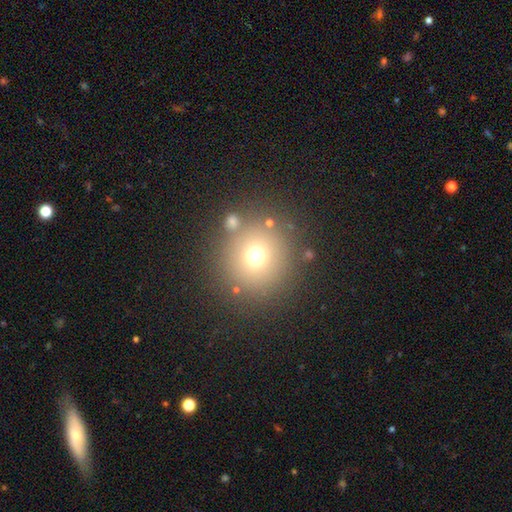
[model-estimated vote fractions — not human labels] Smooth or featured: smooth — 69% (star or artifact — 19%)
How rounded: round — 93% (in between — 6%)
Merging: none — 81% (minor disturbance — 8%)